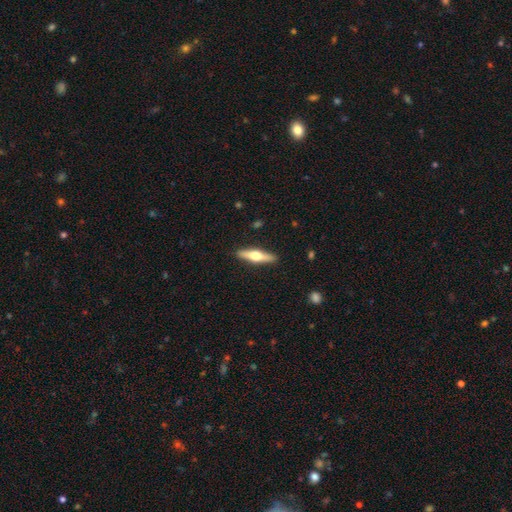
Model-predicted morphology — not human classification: Smooth or featured? Predicted: featured or disk (p=0.56). Edge-on disk? Predicted: yes (p=0.95). Edge-on bulge? Predicted: rounded (p=0.95). Merging? Predicted: none (p=0.91).